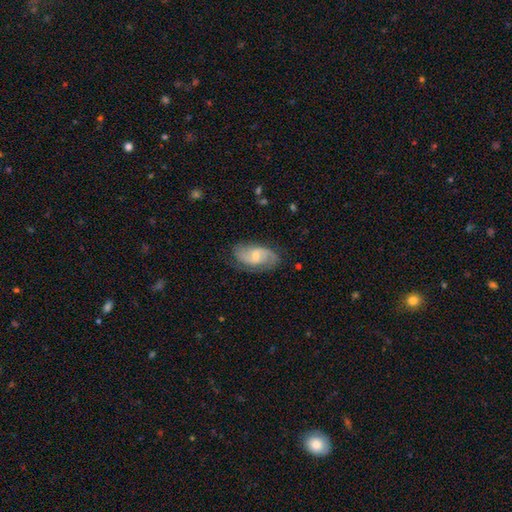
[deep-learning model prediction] smooth_or_featured: featured or disk (p=0.69) [alt: smooth p=0.25]
disk_edge_on: no (p=0.96) [alt: yes p=0.04]
bar: weak (p=0.52) [alt: no p=0.38]
has_spiral_arms: yes (p=0.91) [alt: no p=0.09]
spiral_winding: medium (p=0.47) [alt: loose p=0.29]
spiral_arm_count: 2 (p=0.78) [alt: can't tell p=0.12]
bulge_size: small (p=0.49) [alt: moderate p=0.45]
merging: none (p=0.72) [alt: minor disturbance p=0.20]